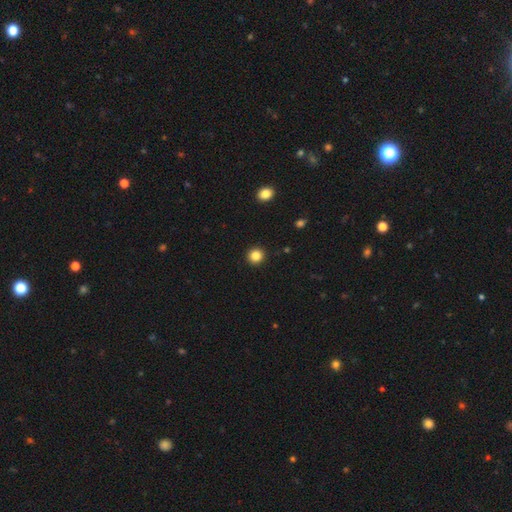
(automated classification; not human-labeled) smooth_or_featured: smooth (p=0.85) [alt: star or artifact p=0.12]
how_rounded: round (p=0.94) [alt: in between p=0.05]
merging: none (p=0.93) [alt: minor disturbance p=0.04]